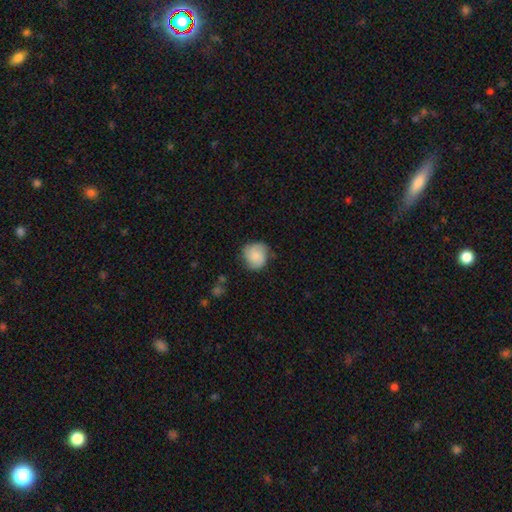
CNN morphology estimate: Smooth or featured? Predicted: smooth (p=0.69). How rounded? Predicted: round (p=0.83). Merging? Predicted: none (p=0.70).